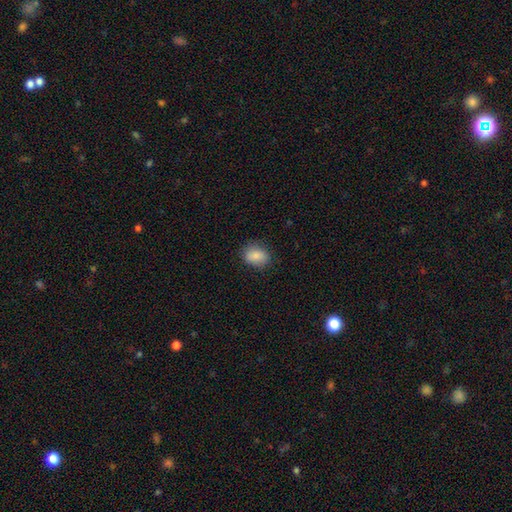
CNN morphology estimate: Smooth or featured? Predicted: smooth (p=0.85). How rounded? Predicted: in between (p=0.59). Merging? Predicted: none (p=0.82).